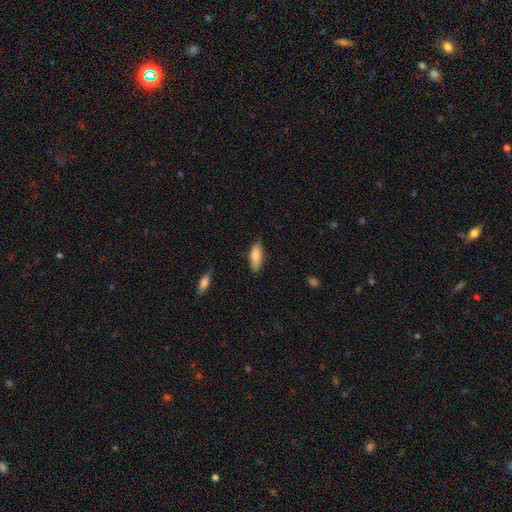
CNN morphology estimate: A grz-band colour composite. It shows a smooth galaxy with no disk features (83%) that is in between round and cigar-shaped (73%). Merging: none (82%).